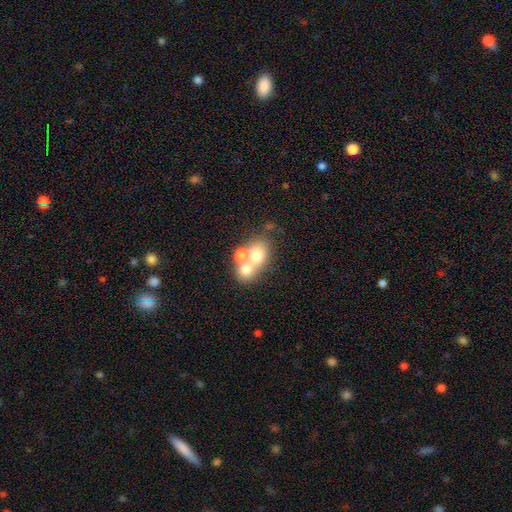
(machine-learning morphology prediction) smooth-or-featured: smooth: 61% | featured or disk: 25% | star or artifact: 13%
  how-rounded: round: 59% | in between: 39% | cigar-shaped: 1%
  merging: merger: 59% | none: 29% | minor disturbance: 7% | major disturbance: 5%